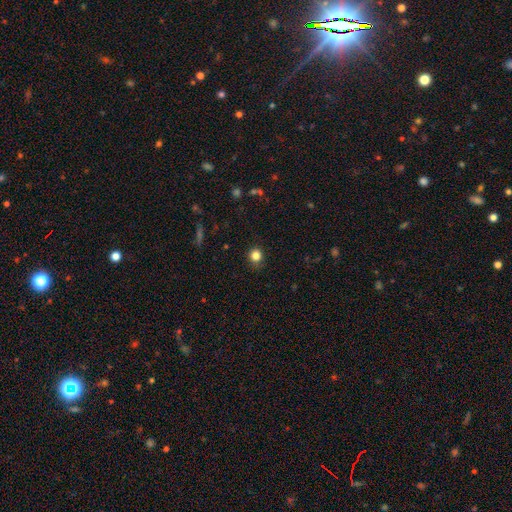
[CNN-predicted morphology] Overall: smooth (83%). How rounded: round (87%). Merging: none (85%).